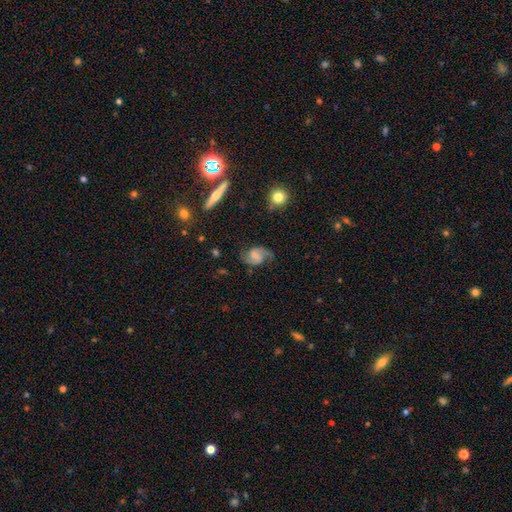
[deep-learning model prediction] Smooth or featured? Predicted: featured or disk (p=0.77). Edge-on disk? Predicted: no (p=0.97). Bar? Predicted: weak (p=0.43). Spiral arms? Predicted: yes (p=0.95). Spiral winding? Predicted: medium (p=0.46). Spiral arm count? Predicted: 2 (p=0.91). Bulge size? Predicted: none (p=0.57). Merging? Predicted: none (p=0.70).